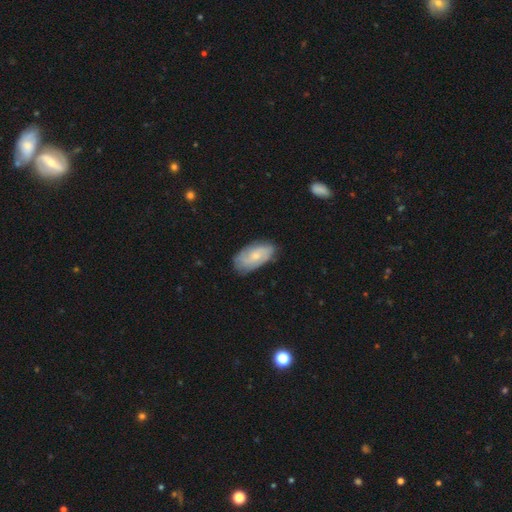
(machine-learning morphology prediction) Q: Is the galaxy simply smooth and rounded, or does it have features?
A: featured or disk — 55%.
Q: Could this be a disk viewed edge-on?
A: no — 94%.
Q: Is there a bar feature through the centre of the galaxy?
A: no — 70%.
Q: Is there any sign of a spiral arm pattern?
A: yes — 83%.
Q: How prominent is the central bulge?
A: small — 59%.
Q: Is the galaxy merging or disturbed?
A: none — 76%.